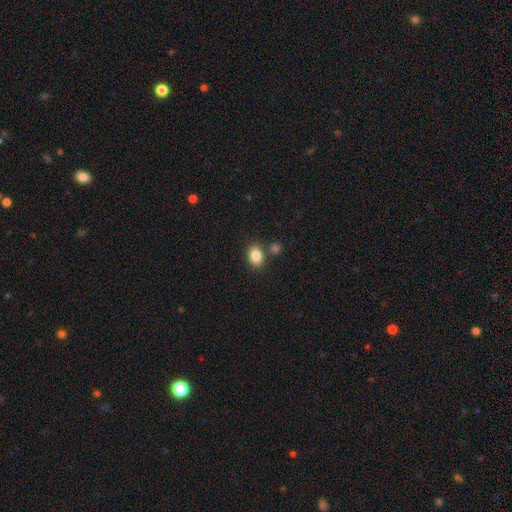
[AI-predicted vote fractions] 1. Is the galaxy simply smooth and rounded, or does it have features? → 85% smooth, 9% star or artifact, 6% featured or disk.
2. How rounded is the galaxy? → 75% in between, 24% round, 1% cigar-shaped.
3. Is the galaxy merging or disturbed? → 75% none, 11% merger, 11% minor disturbance, 3% major disturbance.